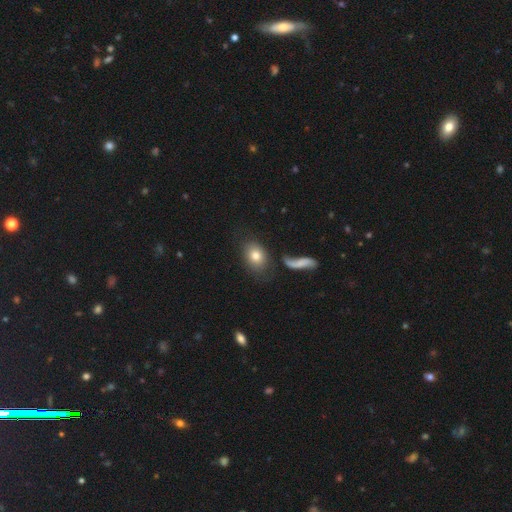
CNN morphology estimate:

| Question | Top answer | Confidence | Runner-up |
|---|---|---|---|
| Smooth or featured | smooth | 78% | featured or disk (13%) |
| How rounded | in between | 67% | round (31%) |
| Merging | none | 67% | minor disturbance (14%) |